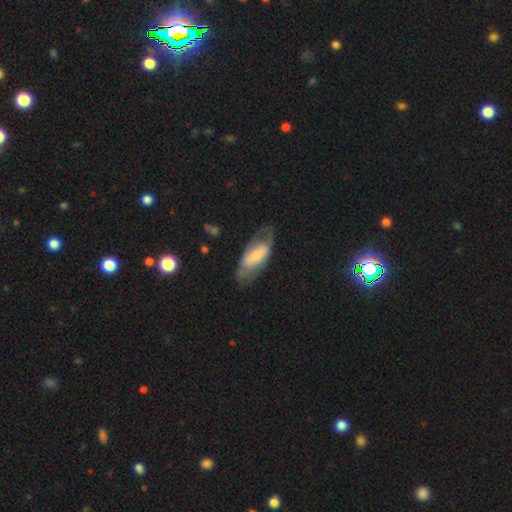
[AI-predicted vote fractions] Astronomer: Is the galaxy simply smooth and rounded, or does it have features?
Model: smooth — 47%, tied with featured or disk at 47%.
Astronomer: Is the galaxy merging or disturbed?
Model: none — 61%.